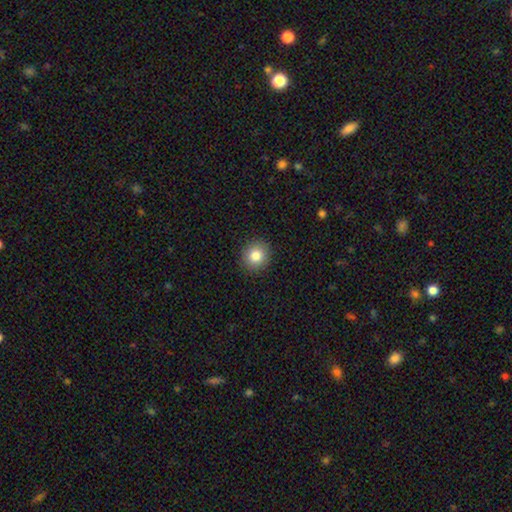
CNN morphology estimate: The model was most divided on "smooth or featured": smooth: 83%, star or artifact: 10%, featured or disk: 7%. More confident: merging — none (91%); how rounded — round (89%).